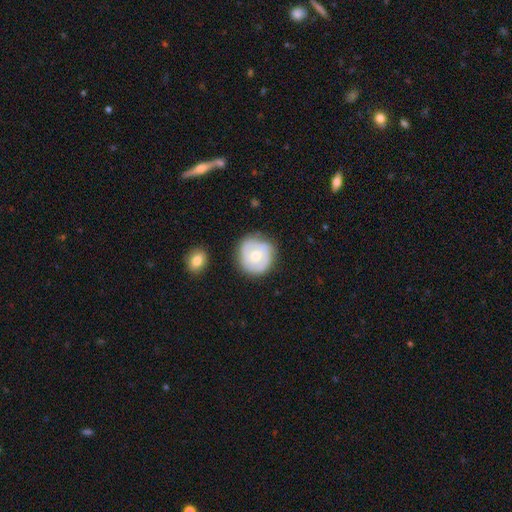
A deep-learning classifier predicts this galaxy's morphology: This is likely a featured or disk galaxy (63%). It is clearly not viewed edge-on (98%). Bar: likely no (70%). Spiral arm pattern: clearly yes (82%). Spiral arm count: possibly 2 (47%). Spiral winding: possibly tight (59%). Central bulge: likely moderate (63%). Merging: likely none (73%).